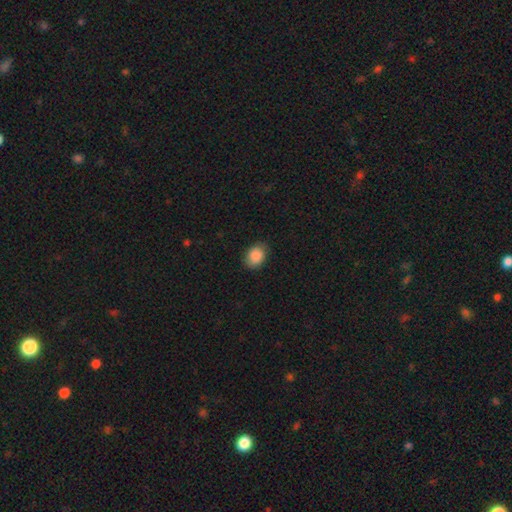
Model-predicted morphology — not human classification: Smooth or featured? smooth (88%)
How rounded? in between (63%)
Merging? none (81%)